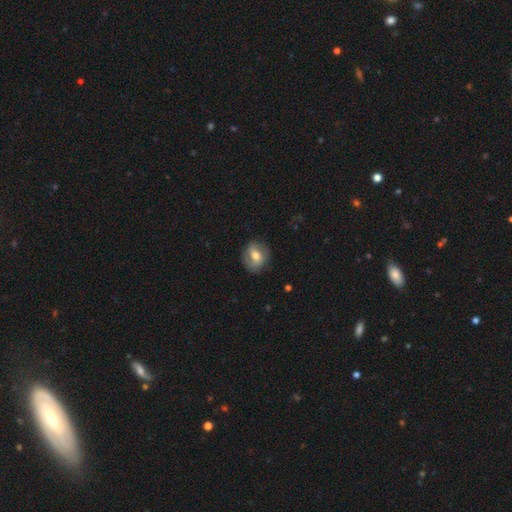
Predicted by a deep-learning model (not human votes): Smooth or featured?
  - smooth: 56% *
  - featured or disk: 37%
  - star or artifact: 8%
How rounded?
  - round: 67% *
  - in between: 31%
  - cigar-shaped: 1%
Merging?
  - none: 81% *
  - minor disturbance: 13%
  - major disturbance: 4%
  - merger: 1%